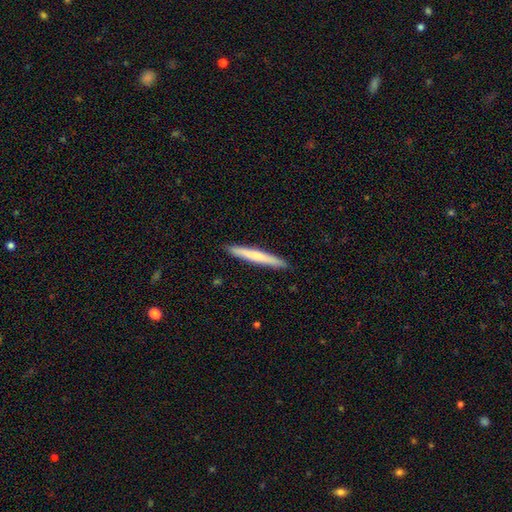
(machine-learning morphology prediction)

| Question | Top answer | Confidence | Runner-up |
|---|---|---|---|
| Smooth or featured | smooth | 61% | featured or disk (34%) |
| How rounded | cigar-shaped | 96% | in between (2%) |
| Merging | none | 92% | minor disturbance (6%) |